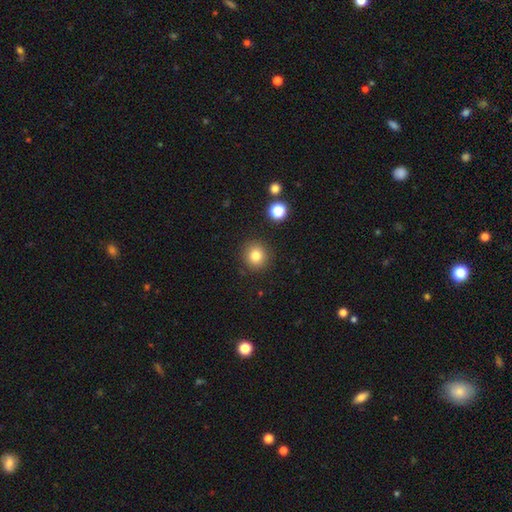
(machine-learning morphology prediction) smooth-or-featured: smooth: 80% | star or artifact: 12% | featured or disk: 7%
  how-rounded: round: 91% | in between: 8% | cigar-shaped: 1%
  merging: none: 89% | minor disturbance: 7% | major disturbance: 2% | merger: 2%